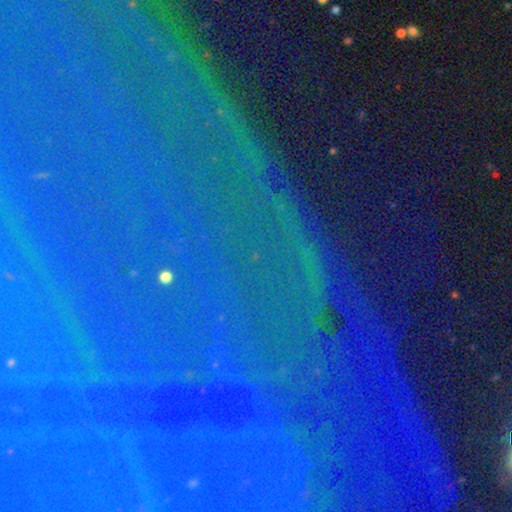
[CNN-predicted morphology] Smooth or featured? star or artifact (85%)